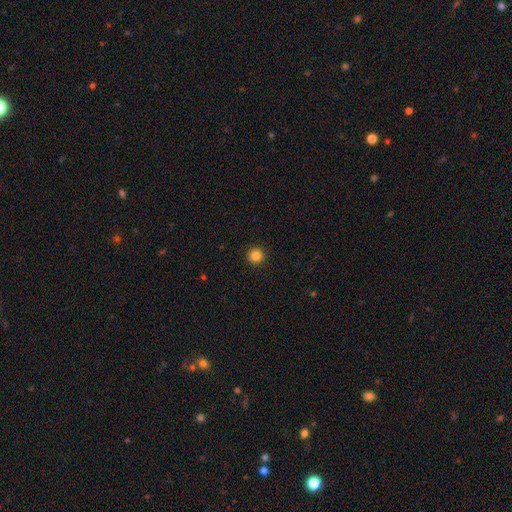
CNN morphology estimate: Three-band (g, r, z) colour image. It shows a smooth galaxy with no disk features (84%) that is round (96%). Merging: none (93%).